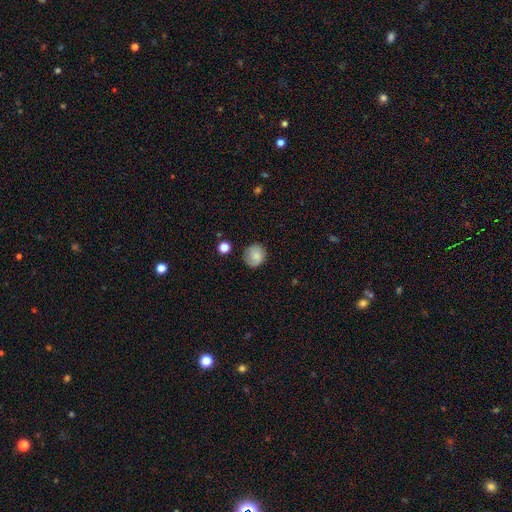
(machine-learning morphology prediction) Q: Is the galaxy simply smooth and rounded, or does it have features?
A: smooth — 82%.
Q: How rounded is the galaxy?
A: round — 85%.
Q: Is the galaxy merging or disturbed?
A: none — 81%.